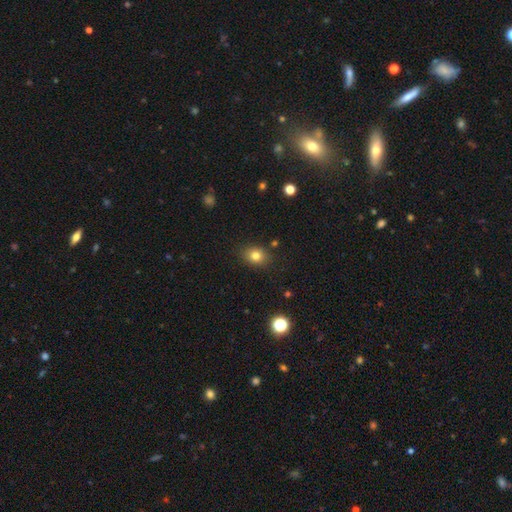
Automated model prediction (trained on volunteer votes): A smooth galaxy with no disk features (79%) that is round (50%). Merging: none (85%).